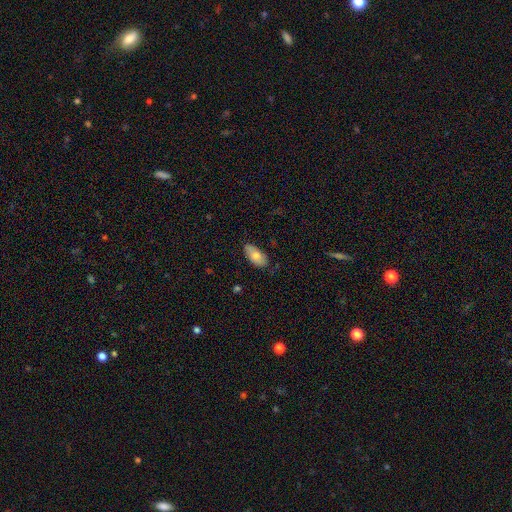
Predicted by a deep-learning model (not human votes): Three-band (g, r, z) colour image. It shows a smooth galaxy with no disk features (76%) that is in between round and cigar-shaped (93%). Merging: none (79%).